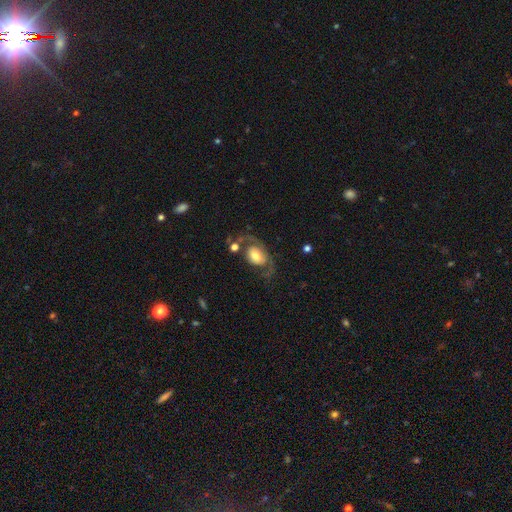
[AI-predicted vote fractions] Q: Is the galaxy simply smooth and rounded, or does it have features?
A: featured or disk — 58%.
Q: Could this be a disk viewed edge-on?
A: no — 95%.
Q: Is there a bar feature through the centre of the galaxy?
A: no — 71%.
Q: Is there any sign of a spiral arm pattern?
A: yes — 70%.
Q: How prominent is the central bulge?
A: moderate — 48%.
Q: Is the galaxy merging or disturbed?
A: none — 45%.